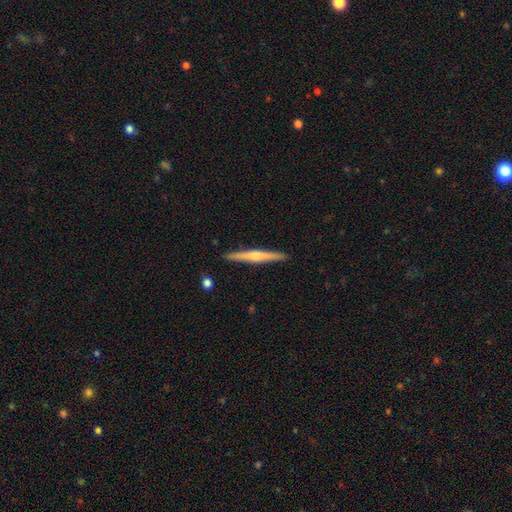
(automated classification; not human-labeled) Smooth or featured? featured or disk (59%)
Edge-on disk? yes (98%)
Edge-on bulge? rounded (74%)
Merging? none (92%)